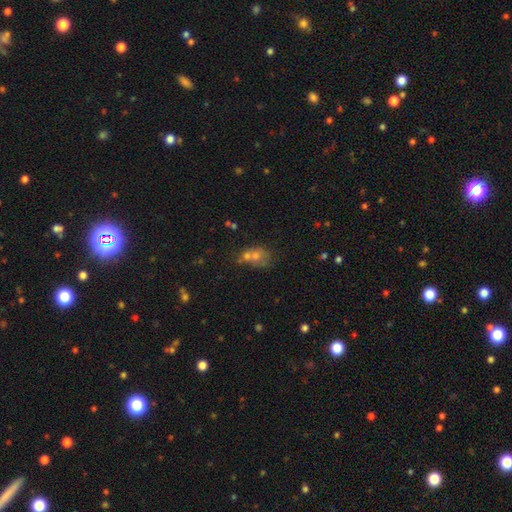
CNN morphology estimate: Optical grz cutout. It shows a smooth galaxy with no disk features (55%) that is round (53%). Merging: merger (48%).